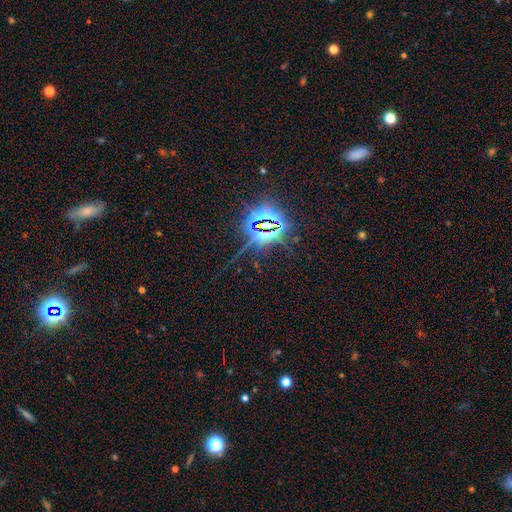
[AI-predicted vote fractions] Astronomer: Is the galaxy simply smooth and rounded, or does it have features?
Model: star or artifact — 84%.